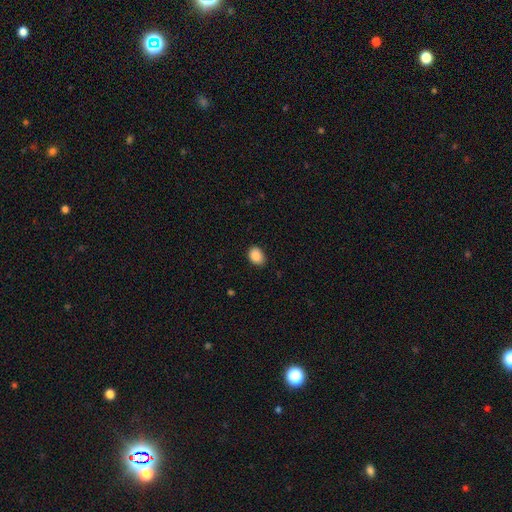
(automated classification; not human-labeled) smooth 89%, star or artifact 8%, featured or disk 3%. Down the decision tree: how rounded — in between (74%); merging — none (86%).